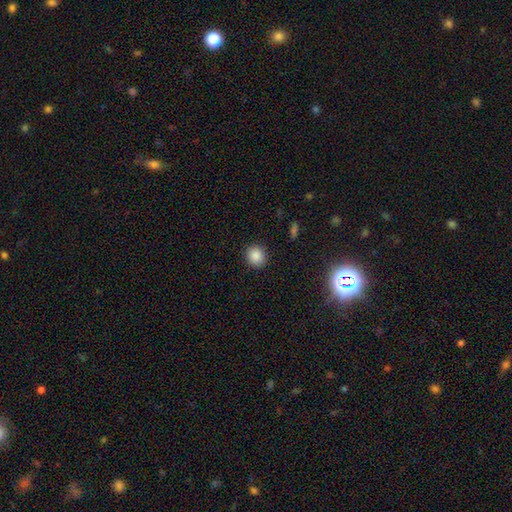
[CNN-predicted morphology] A smooth galaxy with no disk features (87%) that is round (80%). Merging: none (90%).